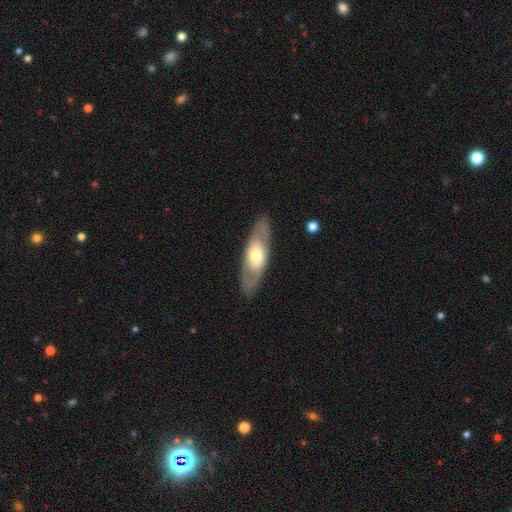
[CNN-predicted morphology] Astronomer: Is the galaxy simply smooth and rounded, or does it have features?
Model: featured or disk — 54% (runner-up: smooth, 41%).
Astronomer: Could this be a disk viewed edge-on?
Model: no — 70%.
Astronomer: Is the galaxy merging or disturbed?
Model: none — 86%.